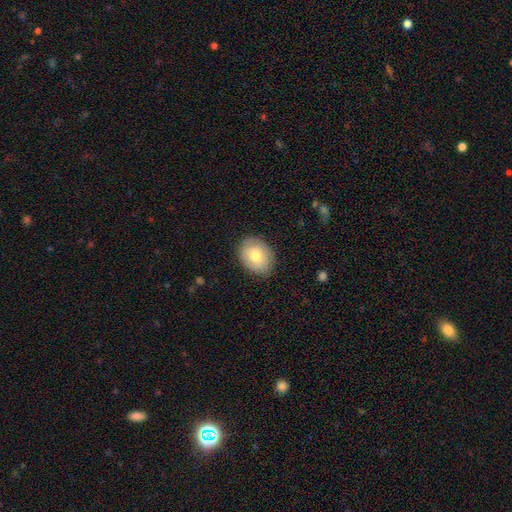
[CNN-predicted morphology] Smooth or featured?
  - smooth: 74% *
  - featured or disk: 19%
  - star or artifact: 7%
How rounded?
  - in between: 64% *
  - round: 35%
  - cigar-shaped: 1%
Merging?
  - none: 83% *
  - minor disturbance: 13%
  - major disturbance: 3%
  - merger: 1%